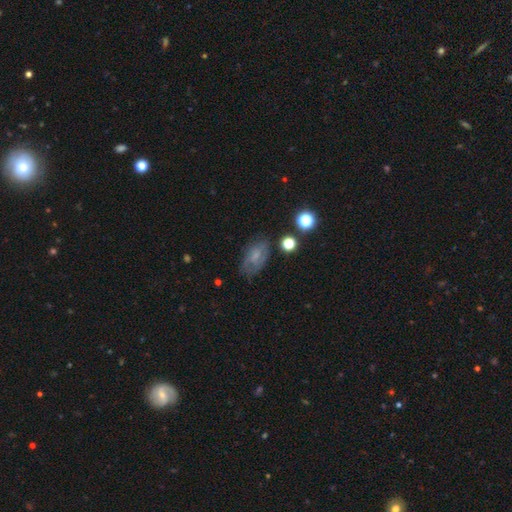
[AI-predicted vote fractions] A smooth galaxy with no disk features (49%).

Vote fractions:
- Smooth or featured? smooth: 49% / featured or disk: 38% / star or artifact: 14%
- Merging? none: 60% / minor disturbance: 25% / major disturbance: 12% / merger: 3%